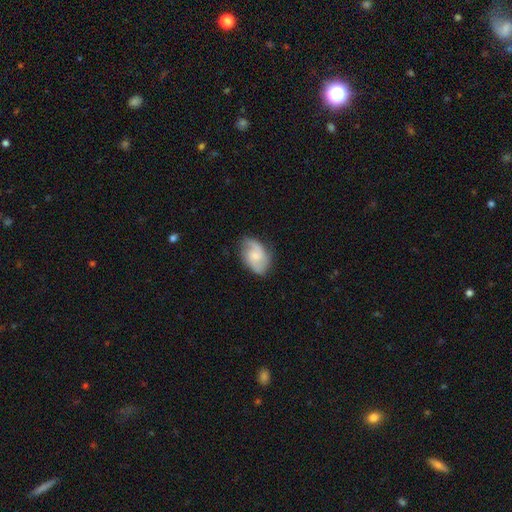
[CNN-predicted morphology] Overall: featured or disk (63%; smooth 30%). Edge-on disk: no (97%). Bar: no (60%; weak 35%). Spiral arms: yes (93%). Spiral arm count: 2 (79%). Spiral winding: medium (47%; loose 29%). Bulge size: small (51%; moderate 31%). Merging: none (72%).